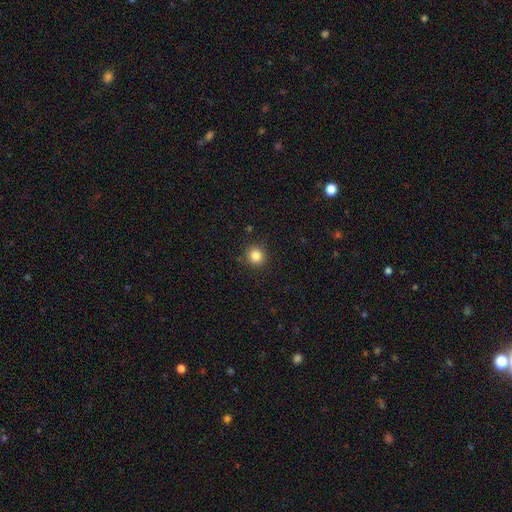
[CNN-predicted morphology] This appears to be a smooth galaxy with no disk features (84%) that is round (91%). Merging: none (89%).